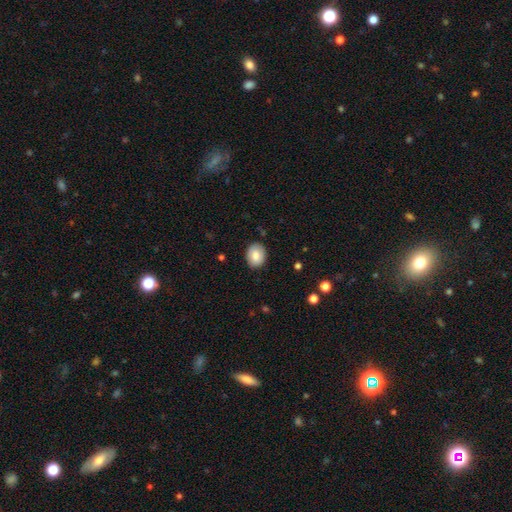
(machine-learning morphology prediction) The model was most divided on "how rounded": in between: 54%, round: 45%, cigar-shaped: 1%. More confident: merging — none (87%); smooth or featured — smooth (82%).